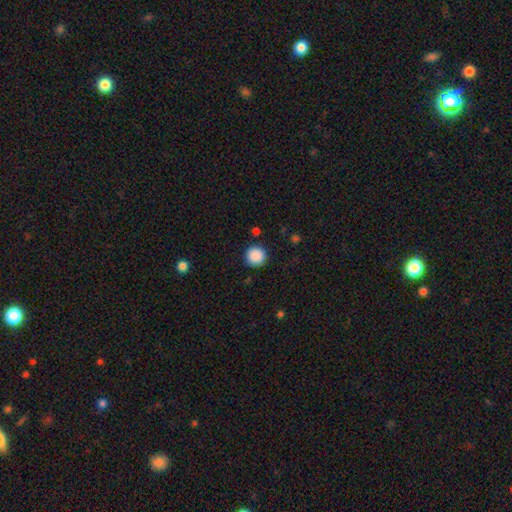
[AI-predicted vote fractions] A smooth galaxy with no disk features (89%) that is round (96%).

Vote fractions:
- Smooth or featured? smooth: 89% / star or artifact: 9% / featured or disk: 2%
- How rounded? round: 96% / in between: 3% / cigar-shaped: 1%
- Merging? none: 91% / minor disturbance: 5% / major disturbance: 2% / merger: 1%